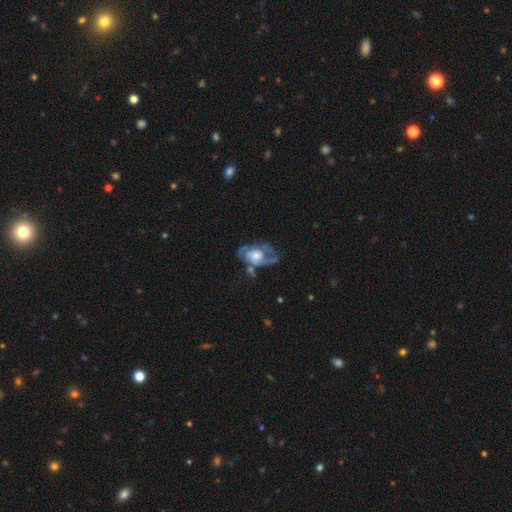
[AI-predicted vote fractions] smooth-or-featured: featured or disk: 80% | smooth: 15% | star or artifact: 6%
  disk-edge-on: no: 96% | yes: 4%
    bar: no: 70% | weak: 24% | strong: 5%
    has-spiral-arms: yes: 88% | no: 12%
      spiral-winding: medium: 47% | tight: 32% | loose: 21%
      spiral-arm-count: 2: 58% | can't tell: 17% | 3: 14% | 1: 5% | 4: 3% | more than 4: 3%
    bulge-size: moderate: 53% | large: 26% | small: 15% | none: 3% | dominant: 2%
  merging: none: 49% | minor disturbance: 24% | major disturbance: 20% | merger: 7%